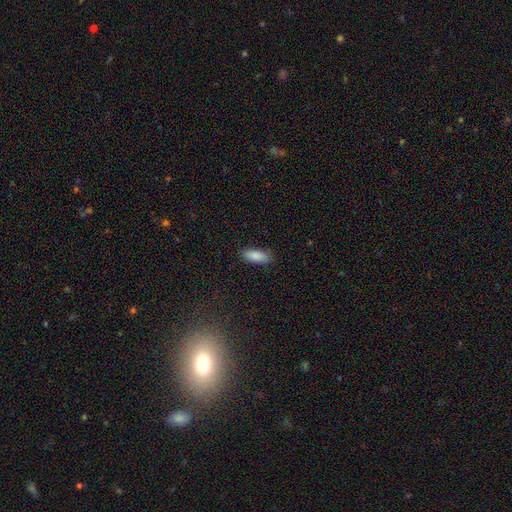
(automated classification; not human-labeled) Smooth or featured: smooth — 88% (star or artifact — 7%)
How rounded: in between — 75% (cigar-shaped — 23%)
Merging: none — 87% (minor disturbance — 10%)